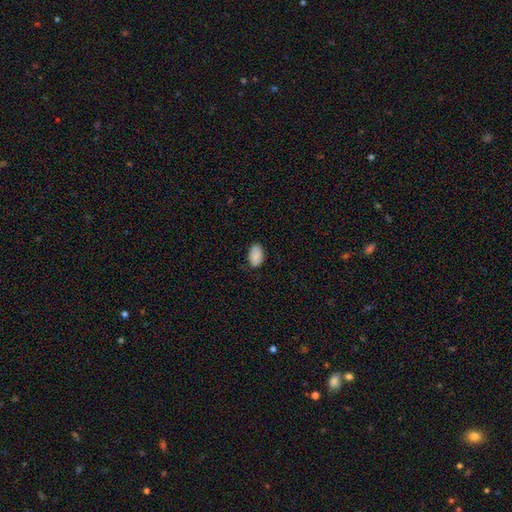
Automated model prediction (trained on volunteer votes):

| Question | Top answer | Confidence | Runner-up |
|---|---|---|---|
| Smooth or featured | smooth | 89% | star or artifact (7%) |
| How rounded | in between | 93% | round (5%) |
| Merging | none | 80% | minor disturbance (16%) |